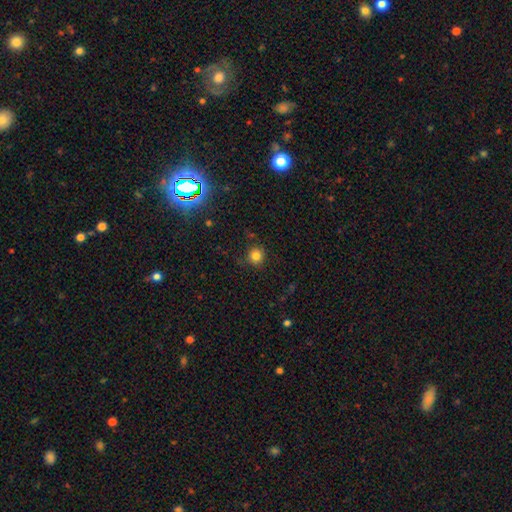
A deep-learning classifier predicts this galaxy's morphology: smooth_or_featured: smooth (p=0.81) [alt: star or artifact p=0.13]
how_rounded: round (p=0.92) [alt: in between p=0.07]
merging: none (p=0.84) [alt: minor disturbance p=0.11]